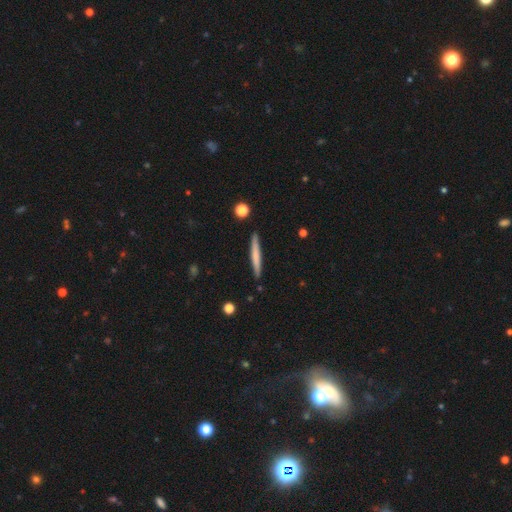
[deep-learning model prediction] Overall: smooth (62%; featured or disk 32%). How rounded: cigar-shaped (96%). Merging: none (90%).